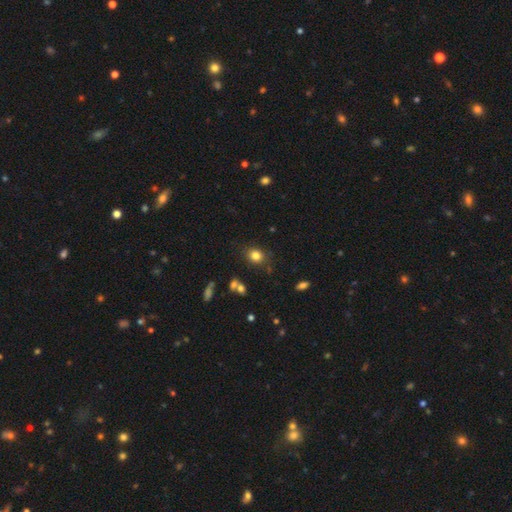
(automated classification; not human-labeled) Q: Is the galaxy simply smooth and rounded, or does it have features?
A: smooth — 81%.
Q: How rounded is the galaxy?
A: round — 60%.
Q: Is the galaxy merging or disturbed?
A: none — 80%.